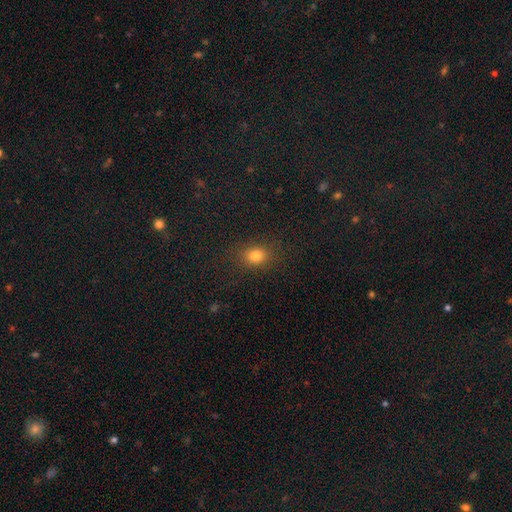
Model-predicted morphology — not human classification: This is likely a smooth galaxy (79%). How rounded: possibly round (58%). Merging: clearly none (86%).